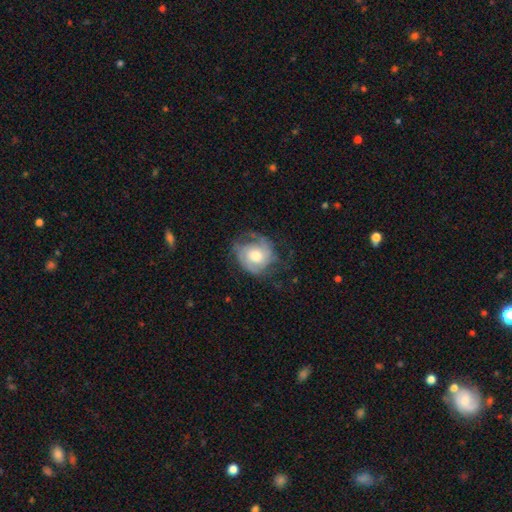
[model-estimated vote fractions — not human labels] A featured or disk galaxy (63%) with no bar (76%), 2 (42%) tight (49%) spiral arms (84%) and a moderate central bulge (59%).

Vote fractions:
- Smooth or featured? featured or disk: 63% / smooth: 30% / star or artifact: 7%
- Edge-on disk? no: 97% / yes: 3%
- Bar? no: 76% / weak: 20% / strong: 3%
- Spiral arms? yes: 84% / no: 16%
- Spiral winding? tight: 49% / medium: 36% / loose: 15%
- Spiral arm count? 2: 42% / can't tell: 31% / 3: 13% / 1: 8% / 4: 4% / more than 4: 3%
- Bulge size? moderate: 59% / large: 26% / small: 11% / dominant: 2% / none: 2%
- Merging? none: 55% / minor disturbance: 25% / major disturbance: 18% / merger: 1%